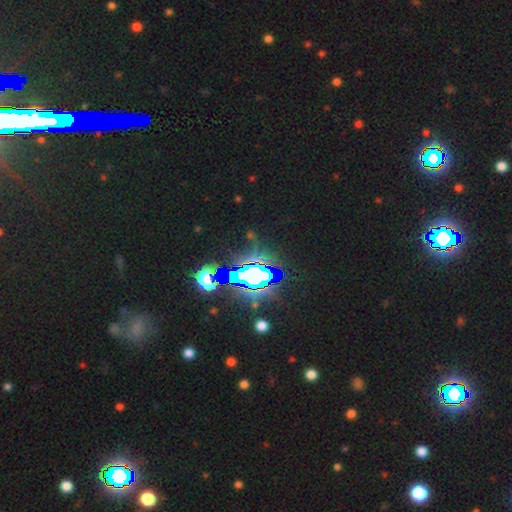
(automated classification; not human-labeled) Smooth or featured? star or artifact (76%)